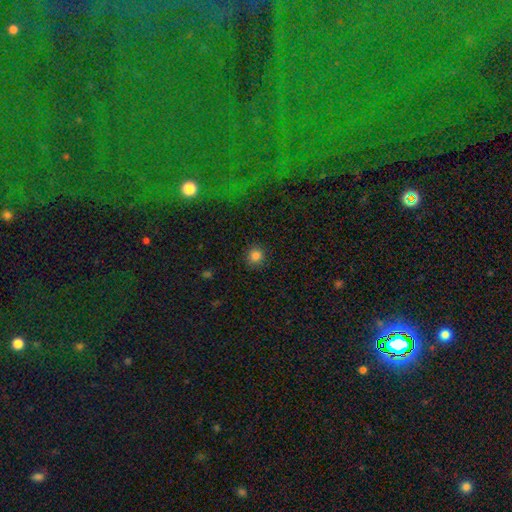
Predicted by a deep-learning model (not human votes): Smooth or featured? Predicted: smooth (p=0.82). How rounded? Predicted: round (p=0.93). Merging? Predicted: none (p=0.90).